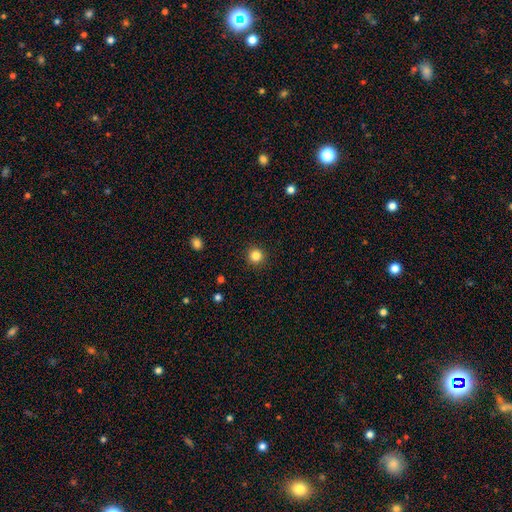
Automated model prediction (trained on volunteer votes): Smooth or featured? smooth (84%)
How rounded? round (95%)
Merging? none (93%)